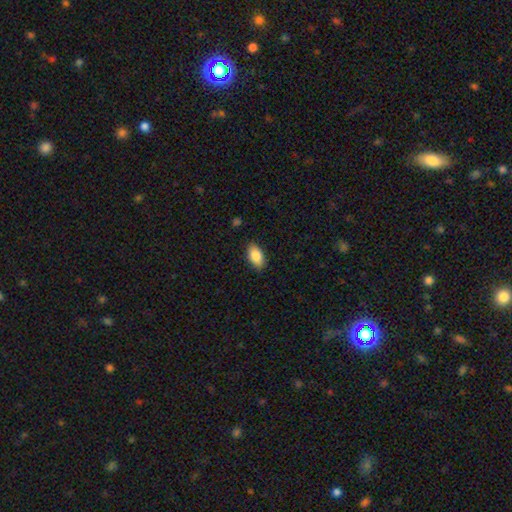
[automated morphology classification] This appears to be a smooth galaxy with no disk features (85%) that is in between round and cigar-shaped (91%). Merging: none (87%).